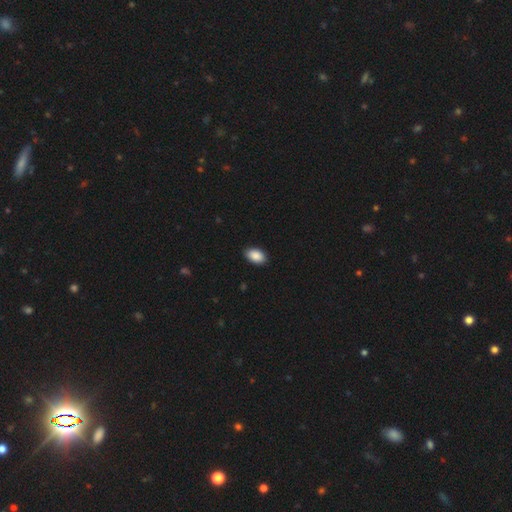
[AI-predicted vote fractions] The model was most divided on "merging": none: 89%, minor disturbance: 8%, major disturbance: 2%, merger: 1%. More confident: how rounded — in between (93%); smooth or featured — smooth (90%).